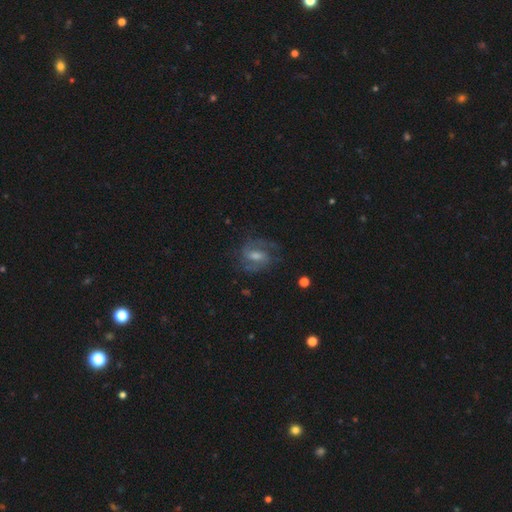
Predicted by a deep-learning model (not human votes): Q: Smooth or featured?
A: featured or disk (78%); runner-up: smooth (15%)
Q: Edge-on disk?
A: no (97%); runner-up: yes (3%)
Q: Bar?
A: weak (54%); runner-up: strong (24%)
Q: Spiral arms?
A: yes (94%); runner-up: no (6%)
Q: Spiral winding?
A: medium (55%); runner-up: tight (28%)
Q: Spiral arm count?
A: 2 (79%); runner-up: can't tell (9%)
Q: Bulge size?
A: moderate (47%); runner-up: small (27%)
Q: Merging?
A: none (71%); runner-up: minor disturbance (18%)